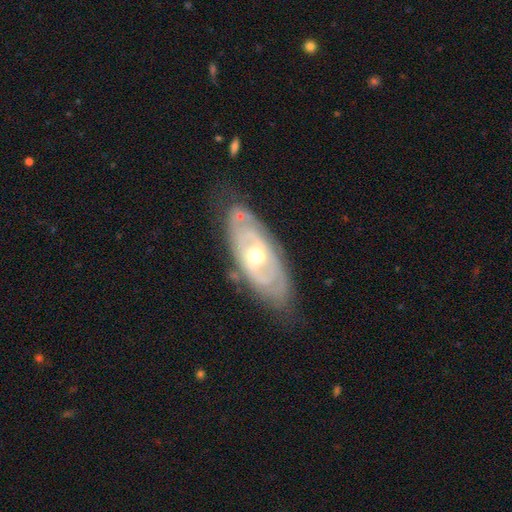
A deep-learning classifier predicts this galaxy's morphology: The model was most divided on "bulge size": moderate: 61%, small: 34%, large: 3%, none: 1%, dominant: 1%. More confident: edge-on disk — no (88%); smooth or featured — featured or disk (79%); merging — none (75%); spiral arms — yes (68%); bar — no (61%).